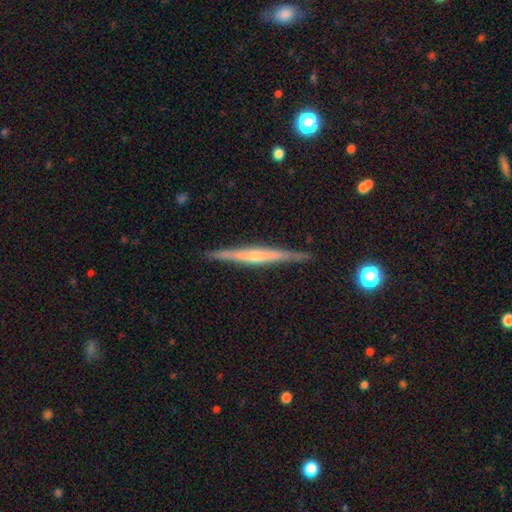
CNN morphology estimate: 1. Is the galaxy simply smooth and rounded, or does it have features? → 75% featured or disk, 19% smooth, 6% star or artifact.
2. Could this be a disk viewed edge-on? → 98% yes, 2% no.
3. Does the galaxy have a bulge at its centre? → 65% rounded, 26% none, 8% boxy.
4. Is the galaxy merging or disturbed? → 90% none, 8% minor disturbance, 1% major disturbance, 1% merger.